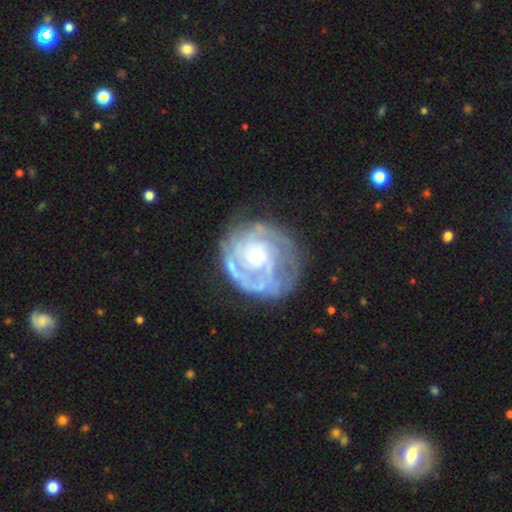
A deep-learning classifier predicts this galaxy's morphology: Smooth or featured: featured or disk — 84% (smooth — 10%)
Edge-on disk: no — 98% (yes — 2%)
Bar: no — 77% (weak — 19%)
Spiral arms: yes — 90% (no — 10%)
Spiral winding: tight — 64% (medium — 28%)
Spiral arm count: can't tell — 34% (2 — 27%)
Bulge size: small — 57% (moderate — 37%)
Merging: none — 66% (minor disturbance — 19%)